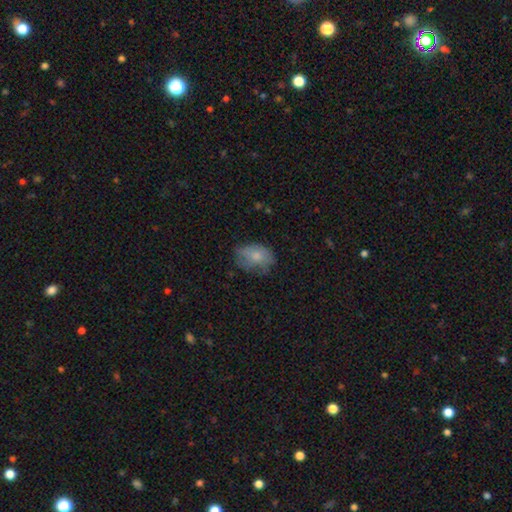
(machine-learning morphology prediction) Smooth or featured? Predicted: smooth (p=0.73). How rounded? Predicted: in between (p=0.74). Merging? Predicted: none (p=0.55).